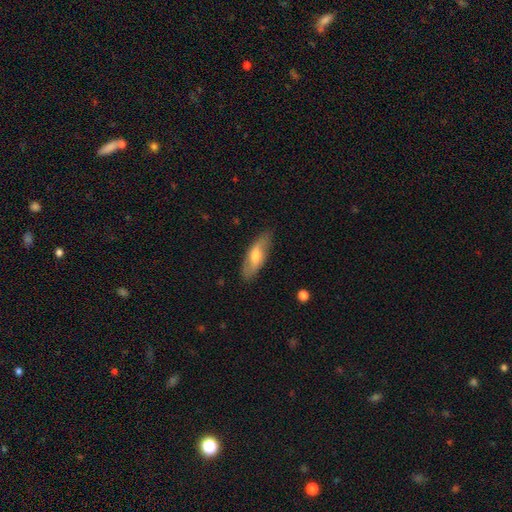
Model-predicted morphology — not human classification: Smooth or featured? Predicted: smooth (p=0.54). How rounded? Predicted: in between (p=0.66). Merging? Predicted: none (p=0.84).